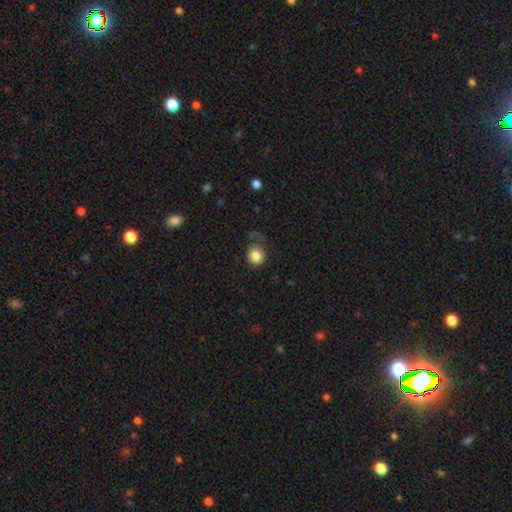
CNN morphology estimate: The model was most divided on "merging": none: 48%, minor disturbance: 25%, major disturbance: 24%, merger: 3%. More confident: smooth or featured — smooth (83%); how rounded — round (80%).